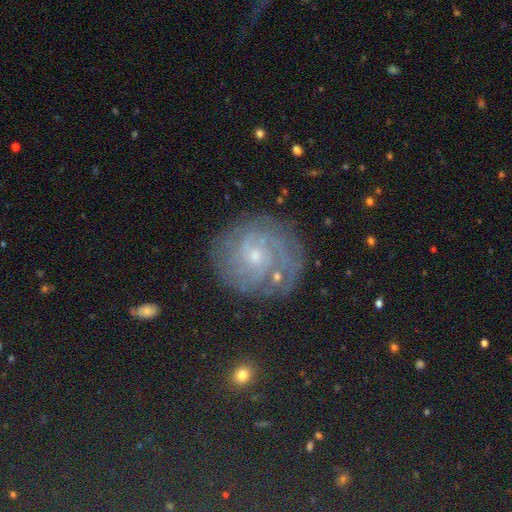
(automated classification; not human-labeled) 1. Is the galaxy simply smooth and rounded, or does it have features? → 75% featured or disk, 15% smooth, 10% star or artifact.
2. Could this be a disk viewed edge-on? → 98% no, 2% yes.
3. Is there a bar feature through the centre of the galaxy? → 66% no, 29% weak, 5% strong.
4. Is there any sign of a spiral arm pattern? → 91% yes, 9% no.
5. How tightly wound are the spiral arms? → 71% tight, 22% medium, 7% loose.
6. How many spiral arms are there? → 42% can't tell, 17% 2, 16% 3, 11% 4, 7% more than 4, 7% 1.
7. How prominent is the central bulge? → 76% small, 19% moderate, 3% none, 1% large, 1% dominant.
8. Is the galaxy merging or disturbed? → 77% none, 15% minor disturbance, 6% major disturbance, 2% merger.